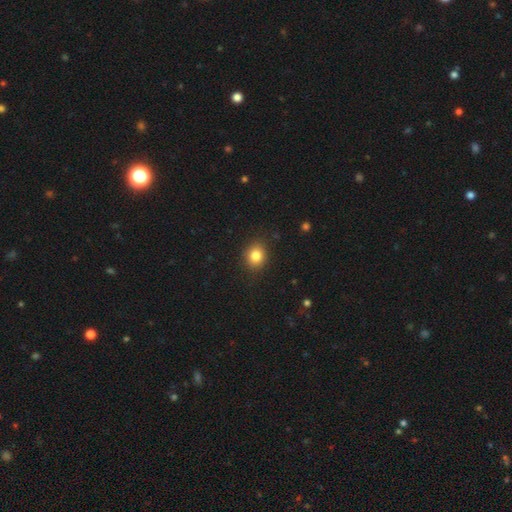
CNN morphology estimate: Smooth or featured? Predicted: smooth (p=0.84). How rounded? Predicted: round (p=0.66). Merging? Predicted: none (p=0.88).